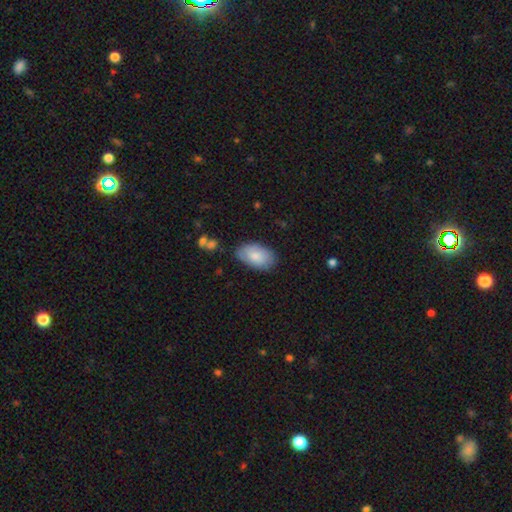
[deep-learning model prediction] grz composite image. It shows a smooth galaxy with no disk features (78%) that is in between round and cigar-shaped (93%). Merging: none (77%).